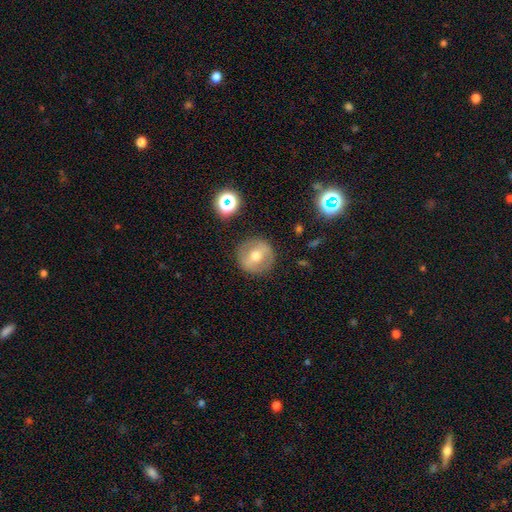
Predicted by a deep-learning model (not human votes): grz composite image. It shows a smooth galaxy with no disk features (49%). Merging: none (87%).